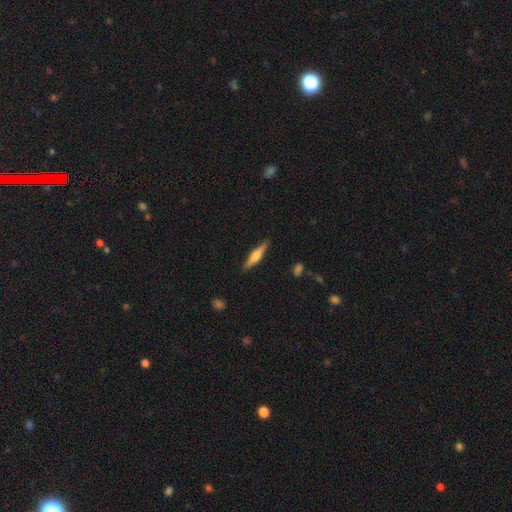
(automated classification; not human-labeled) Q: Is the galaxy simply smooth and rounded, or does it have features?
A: featured or disk — 51%.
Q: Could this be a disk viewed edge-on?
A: yes — 96%.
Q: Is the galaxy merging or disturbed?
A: none — 89%.